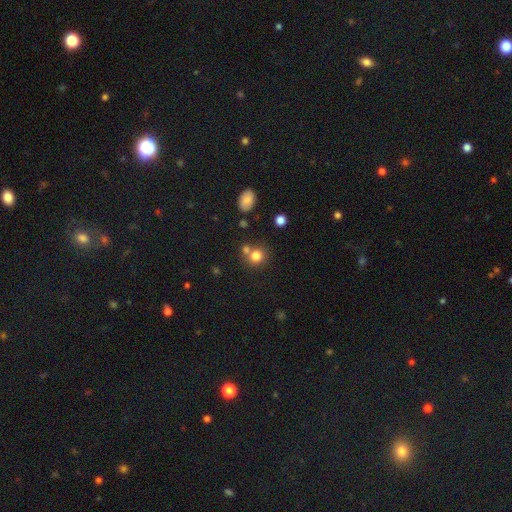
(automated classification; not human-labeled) The model was most divided on "merging": none: 61%, merger: 27%, minor disturbance: 9%, major disturbance: 3%. More confident: how rounded — round (84%); smooth or featured — smooth (80%).